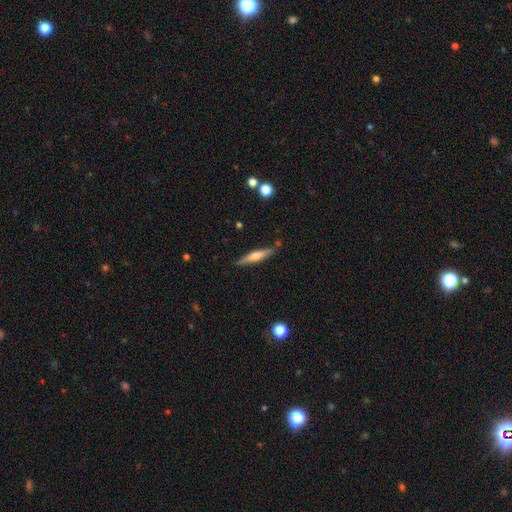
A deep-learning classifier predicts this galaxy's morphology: smooth-or-featured: featured or disk: 48% | smooth: 46% | star or artifact: 6%
  merging: none: 85% | minor disturbance: 11% | merger: 3% | major disturbance: 2%